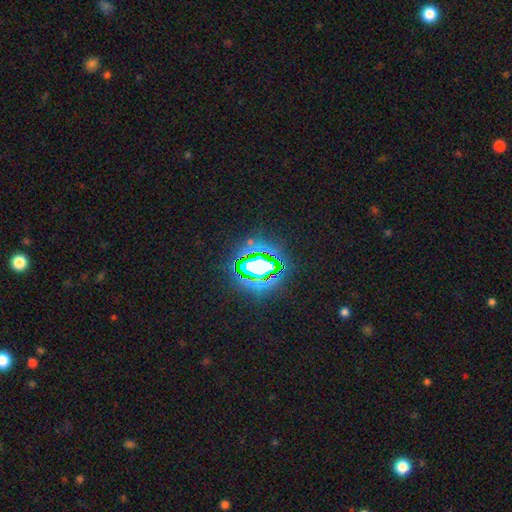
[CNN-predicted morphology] Smooth or featured? Predicted: star or artifact (p=0.82).